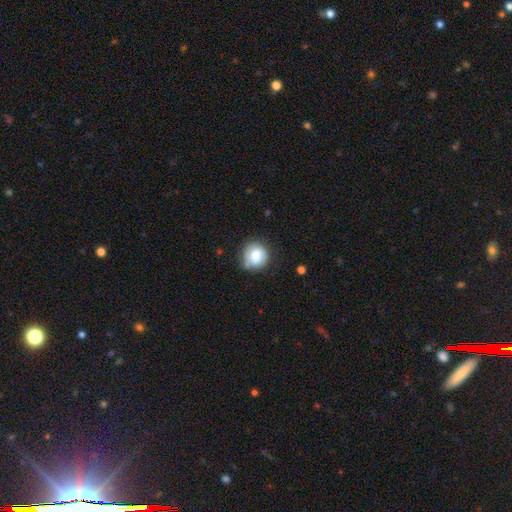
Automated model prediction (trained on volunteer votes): Smooth or featured: smooth — 79% (featured or disk — 12%)
How rounded: round — 87% (in between — 12%)
Merging: none — 65% (minor disturbance — 25%)